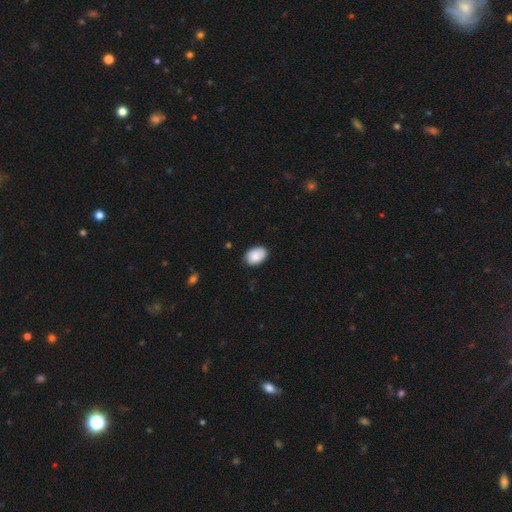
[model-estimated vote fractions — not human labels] Morphology: type=smooth (87%); roundness=in between (84%); merging=none (83%).